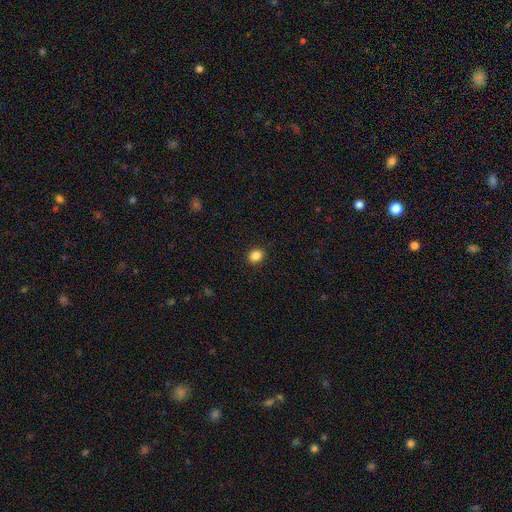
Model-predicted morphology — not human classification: Smooth or featured: smooth — 86% (star or artifact — 10%)
How rounded: round — 68% (in between — 31%)
Merging: none — 91% (minor disturbance — 6%)